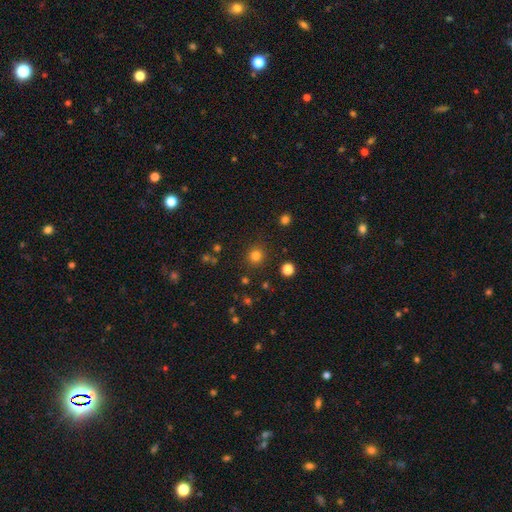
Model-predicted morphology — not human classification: The model was most divided on "smooth or featured": smooth: 81%, star or artifact: 14%, featured or disk: 5%. More confident: how rounded — round (92%); merging — none (89%).